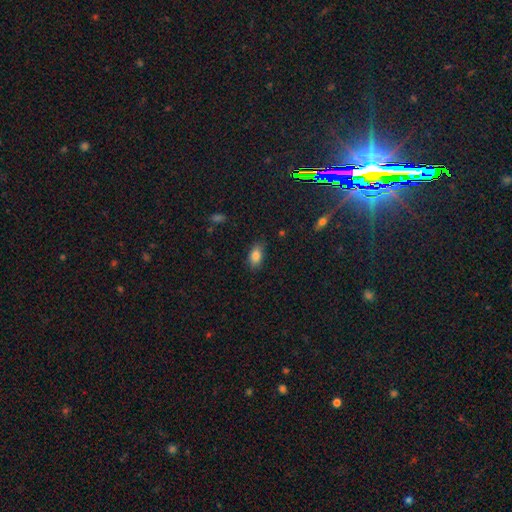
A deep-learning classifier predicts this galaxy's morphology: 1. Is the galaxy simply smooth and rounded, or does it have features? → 85% smooth, 9% star or artifact, 6% featured or disk.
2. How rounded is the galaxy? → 89% in between, 7% round, 4% cigar-shaped.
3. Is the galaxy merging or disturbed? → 80% none, 15% minor disturbance, 3% major disturbance, 1% merger.